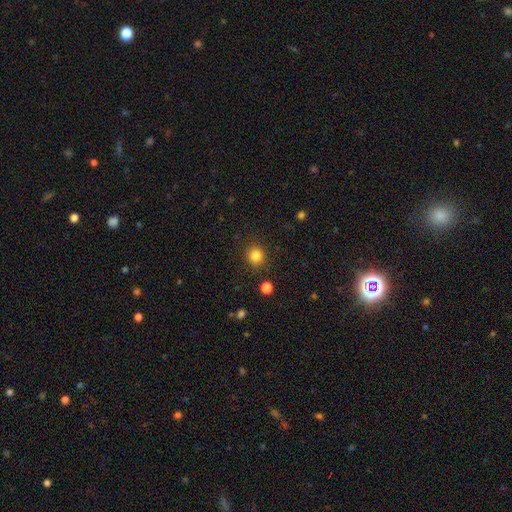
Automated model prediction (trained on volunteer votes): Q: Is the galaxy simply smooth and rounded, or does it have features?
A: smooth — 83%.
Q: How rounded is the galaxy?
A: round — 88%.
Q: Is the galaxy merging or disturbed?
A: none — 89%.